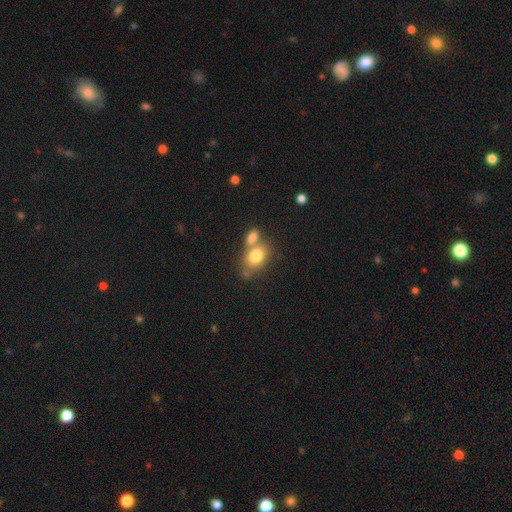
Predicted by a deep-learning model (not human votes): This is likely a smooth galaxy (78%). How rounded: likely in between (67%). Merging: possibly merger (46%).